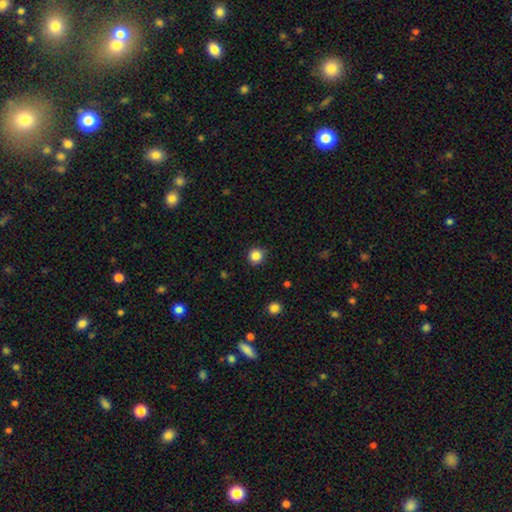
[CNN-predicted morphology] A smooth galaxy with no disk features (85%) that is round (93%). Merging: none (88%).